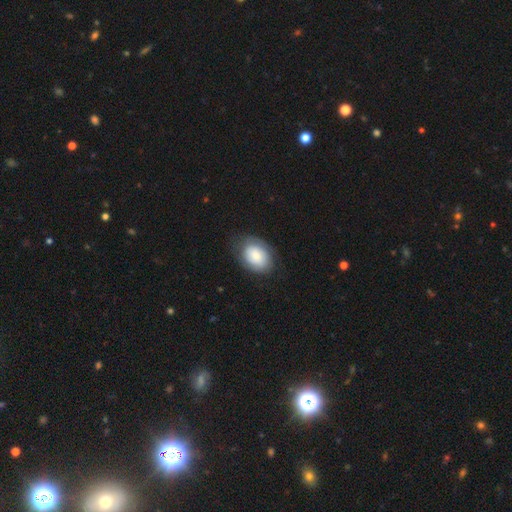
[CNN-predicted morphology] Smooth or featured?
  - smooth: 67% *
  - featured or disk: 26%
  - star or artifact: 7%
How rounded?
  - in between: 75% *
  - round: 24%
  - cigar-shaped: 1%
Merging?
  - none: 74% *
  - minor disturbance: 18%
  - major disturbance: 7%
  - merger: 1%